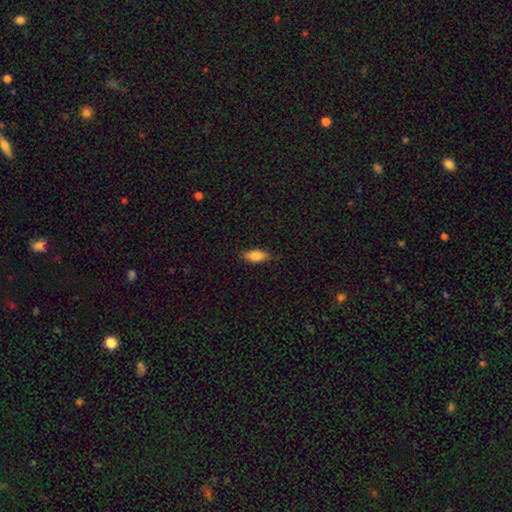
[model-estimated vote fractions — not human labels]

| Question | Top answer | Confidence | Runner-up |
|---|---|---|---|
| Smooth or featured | smooth | 85% | featured or disk (8%) |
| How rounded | in between | 86% | cigar-shaped (12%) |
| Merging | none | 85% | minor disturbance (12%) |